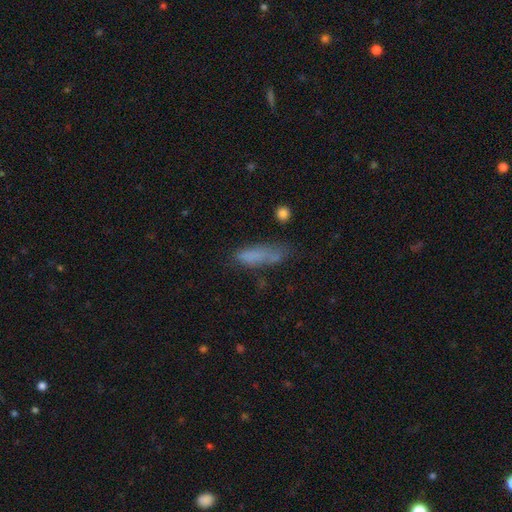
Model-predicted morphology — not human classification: Smooth or featured? smooth (73%)
How rounded? cigar-shaped (61%)
Merging? none (49%)